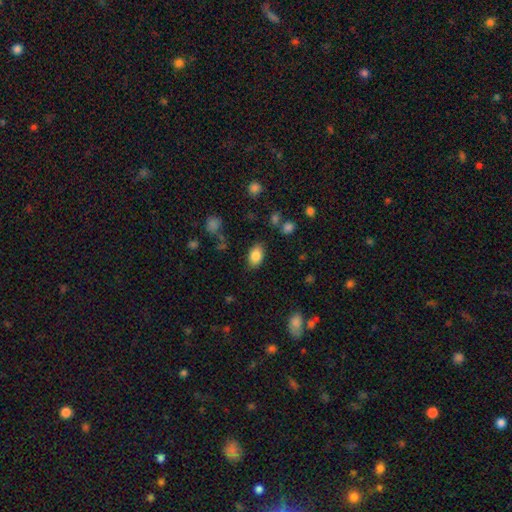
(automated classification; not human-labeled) A smooth galaxy with no disk features (84%) that is in between round and cigar-shaped (89%).

Vote fractions:
- Smooth or featured? smooth: 84% / featured or disk: 8% / star or artifact: 8%
- How rounded? in between: 89% / round: 9% / cigar-shaped: 1%
- Merging? none: 83% / minor disturbance: 12% / major disturbance: 3% / merger: 2%